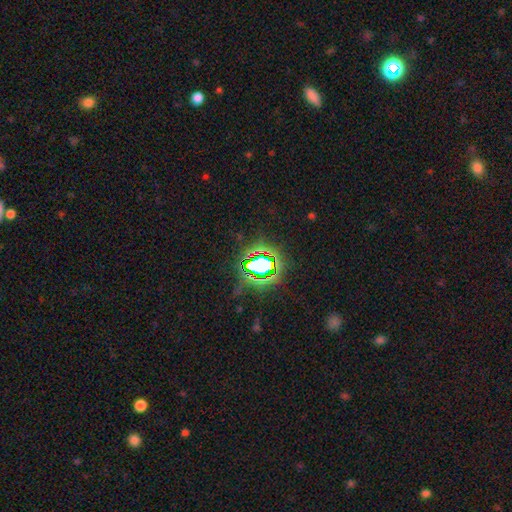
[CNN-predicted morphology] This appears to be a star or artifact, not a galaxy (80%).